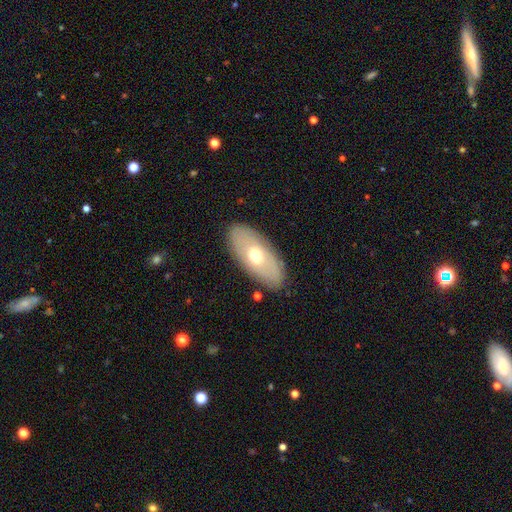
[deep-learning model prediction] smooth 56%, featured or disk 38%, star or artifact 6%. Down the decision tree: how rounded — in between (90%); merging — none (85%).